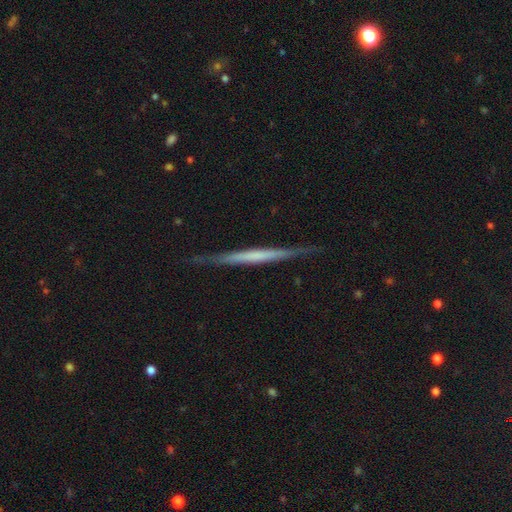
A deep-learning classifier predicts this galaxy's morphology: Smooth or featured? Predicted: featured or disk (p=0.61). Edge-on disk? Predicted: yes (p=0.97). Edge-on bulge? Predicted: none (p=0.77). Merging? Predicted: none (p=0.85).